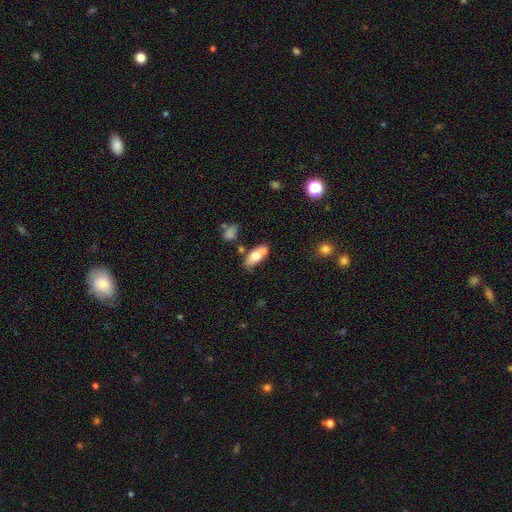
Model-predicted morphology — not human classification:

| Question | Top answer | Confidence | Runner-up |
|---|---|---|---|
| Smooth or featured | smooth | 65% | featured or disk (28%) |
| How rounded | in between | 80% | cigar-shaped (16%) |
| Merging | none | 49% | merger (26%) |